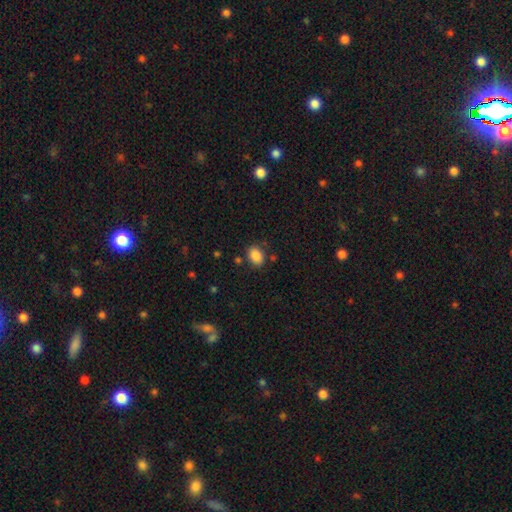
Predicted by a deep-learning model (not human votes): Smooth or featured?
  - smooth: 87% *
  - star or artifact: 9%
  - featured or disk: 4%
How rounded?
  - in between: 75% *
  - round: 24%
  - cigar-shaped: 1%
Merging?
  - none: 82% *
  - minor disturbance: 12%
  - merger: 3%
  - major disturbance: 3%